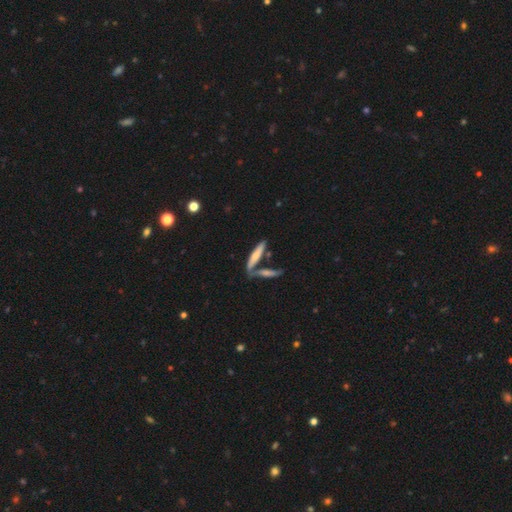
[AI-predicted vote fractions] This appears to be a smooth galaxy with no disk features (55%) that is cigar-shaped (82%). Merging: none (54%).